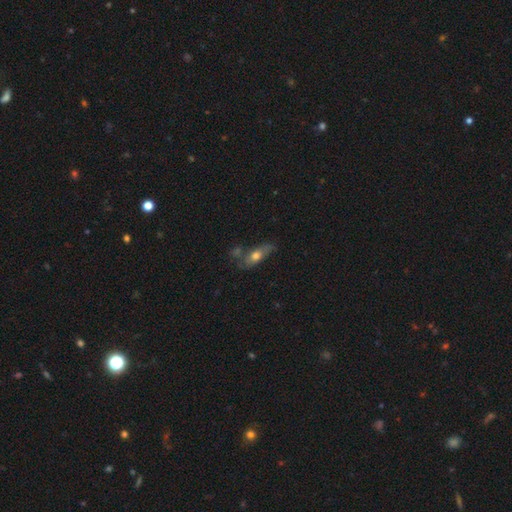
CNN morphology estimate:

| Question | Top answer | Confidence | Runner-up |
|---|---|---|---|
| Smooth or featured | smooth | 51% | featured or disk (41%) |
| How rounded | in between | 61% | cigar-shaped (33%) |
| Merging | none | 49% | minor disturbance (26%) |